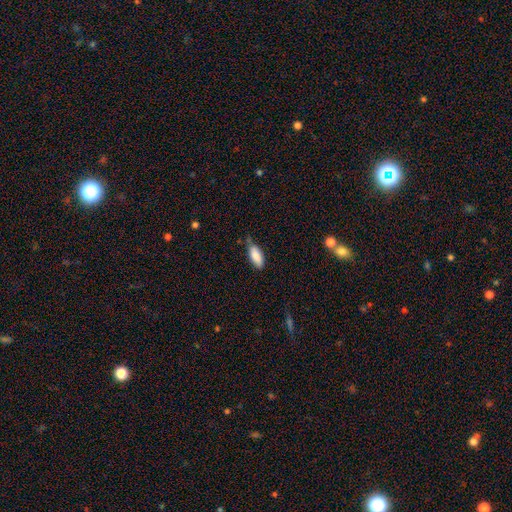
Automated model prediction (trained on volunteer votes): A smooth galaxy with no disk features (86%) that is in between round and cigar-shaped (81%). Merging: none (60%).